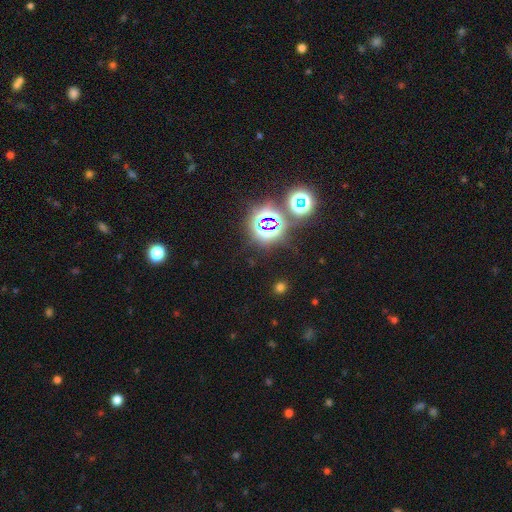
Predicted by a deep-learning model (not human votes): This is likely a star or artifact rather than a galaxy (75%).